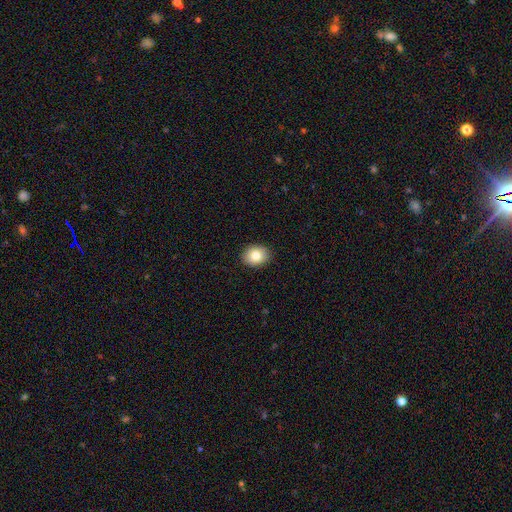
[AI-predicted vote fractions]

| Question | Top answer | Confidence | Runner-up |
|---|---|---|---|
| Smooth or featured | smooth | 83% | star or artifact (9%) |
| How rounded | in between | 51% | round (48%) |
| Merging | none | 91% | minor disturbance (7%) |